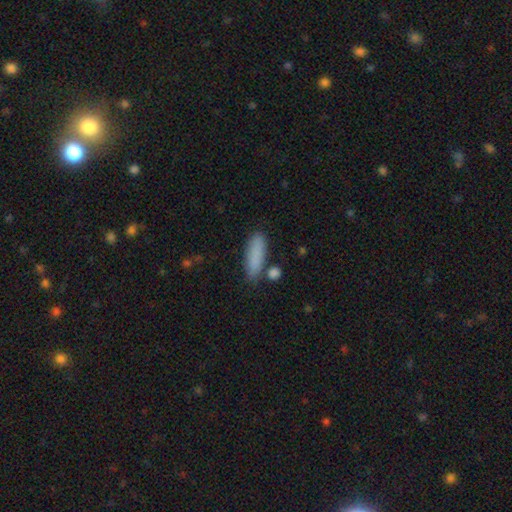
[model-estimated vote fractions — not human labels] Smooth or featured: smooth — 86% (star or artifact — 7%)
How rounded: cigar-shaped — 53% (in between — 45%)
Merging: none — 76% (minor disturbance — 14%)